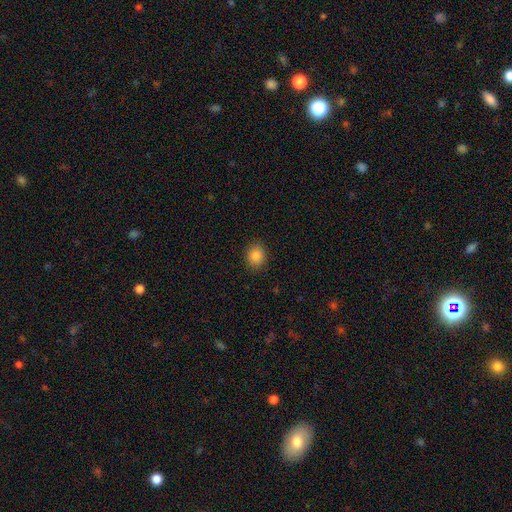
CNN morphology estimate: smooth-or-featured: smooth: 85% | star or artifact: 10% | featured or disk: 5%
  how-rounded: round: 69% | in between: 30% | cigar-shaped: 1%
  merging: none: 89% | minor disturbance: 8% | major disturbance: 2% | merger: 1%